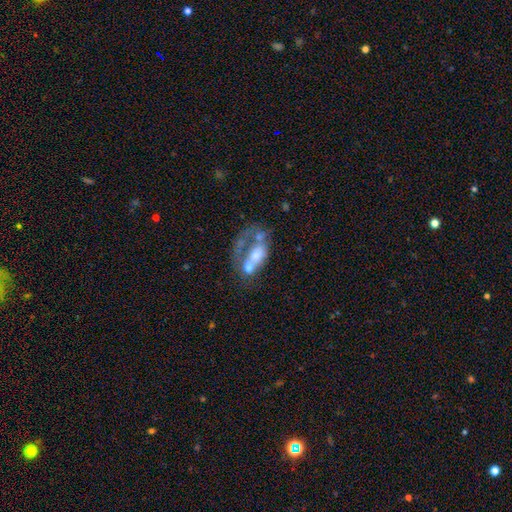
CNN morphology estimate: The model was most divided on "merging": merger: 38%, major disturbance: 33%, none: 18%, minor disturbance: 11%. More confident: edge-on disk — no (96%); smooth or featured — featured or disk (50%).